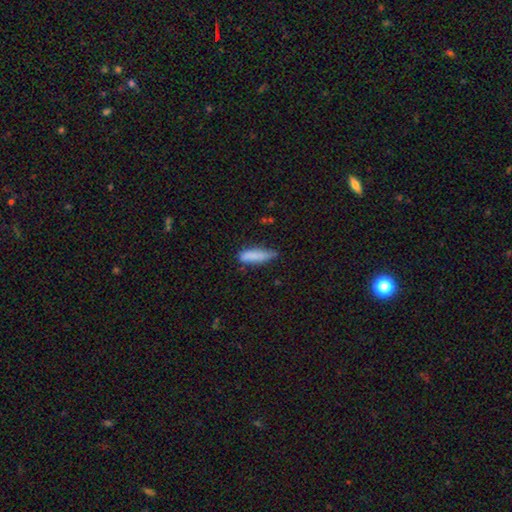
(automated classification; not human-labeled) smooth_or_featured: smooth (p=0.82) [alt: featured or disk p=0.11]
how_rounded: cigar-shaped (p=0.58) [alt: in between p=0.40]
merging: none (p=0.47) [alt: minor disturbance p=0.40]